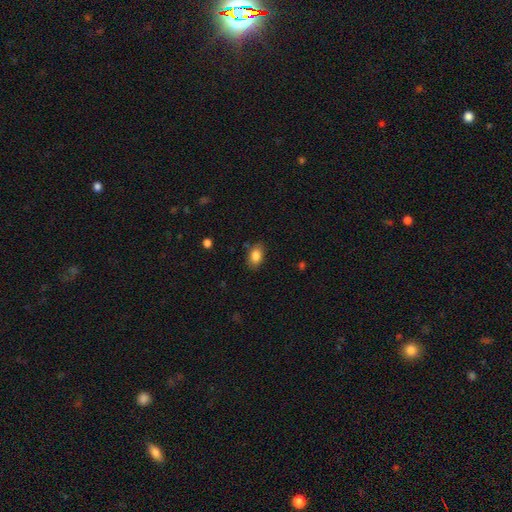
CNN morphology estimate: smooth_or_featured: smooth (p=0.85) [alt: star or artifact p=0.08]
how_rounded: in between (p=0.87) [alt: round p=0.11]
merging: none (p=0.80) [alt: minor disturbance p=0.15]